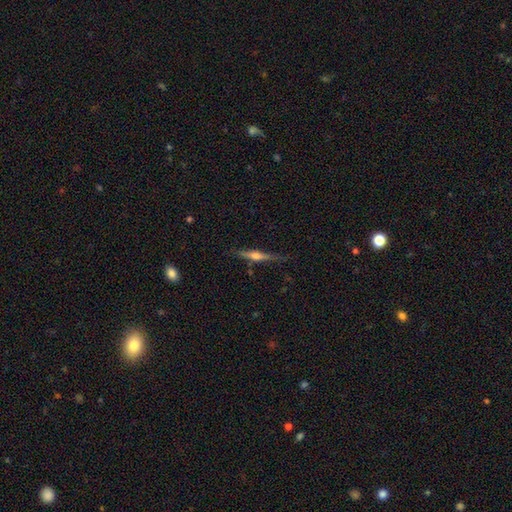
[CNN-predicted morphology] Smooth or featured? featured or disk (65%)
Edge-on disk? yes (97%)
Edge-on bulge? rounded (88%)
Merging? none (78%)